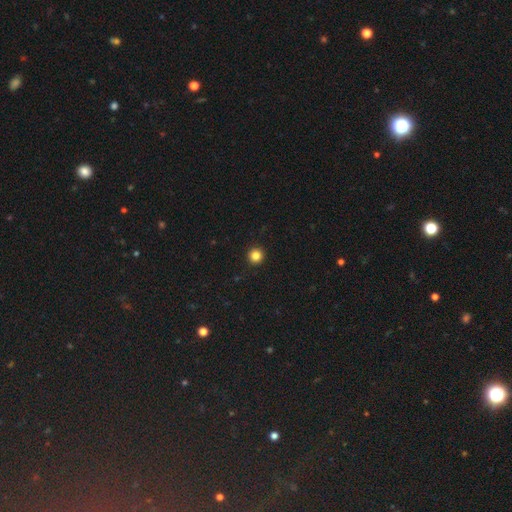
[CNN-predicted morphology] A smooth galaxy with no disk features (84%) that is round (96%).

Vote fractions:
- Smooth or featured? smooth: 84% / star or artifact: 12% / featured or disk: 4%
- How rounded? round: 96% / in between: 3% / cigar-shaped: 1%
- Merging? none: 93% / minor disturbance: 4% / major disturbance: 1% / merger: 1%